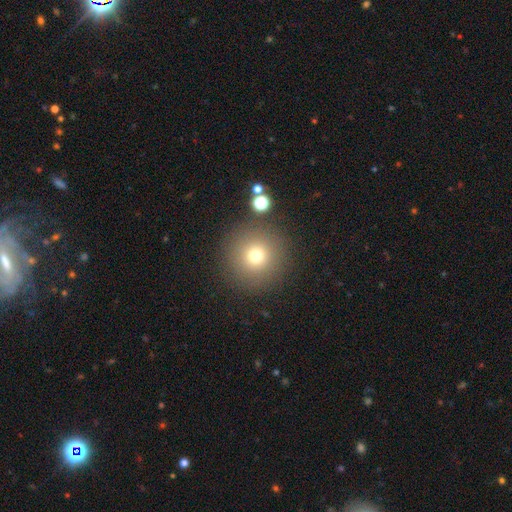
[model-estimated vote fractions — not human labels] A smooth galaxy with no disk features (72%) that is round (96%). Merging: none (87%).